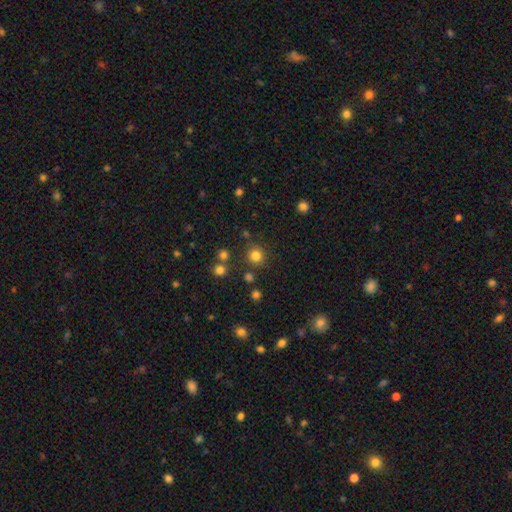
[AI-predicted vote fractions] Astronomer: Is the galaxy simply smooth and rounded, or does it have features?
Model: smooth — 80%.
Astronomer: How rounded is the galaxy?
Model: round — 92%.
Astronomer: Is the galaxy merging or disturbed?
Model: none — 83%.